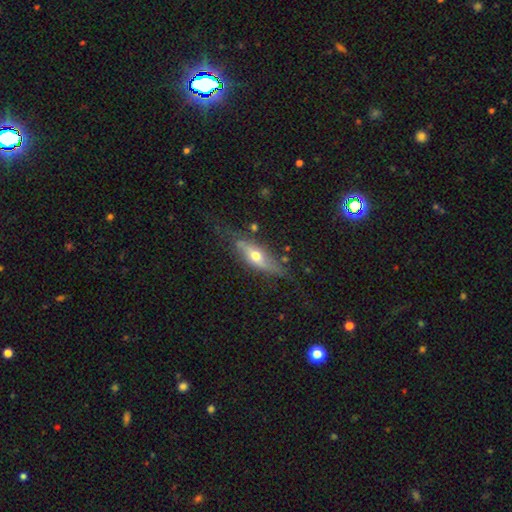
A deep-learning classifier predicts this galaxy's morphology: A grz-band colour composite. It shows a featured or disk galaxy (55%) viewed edge-on (64%). Merging: none (65%).